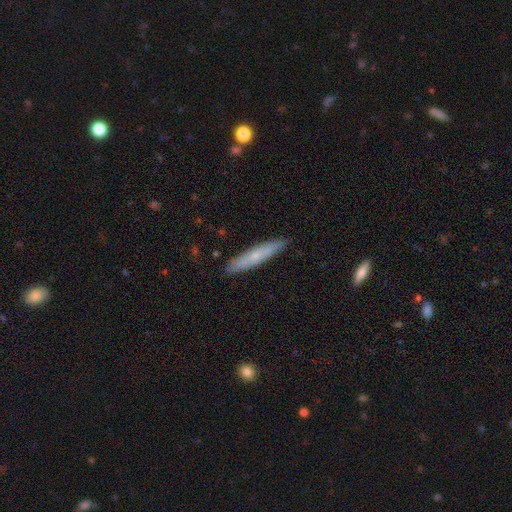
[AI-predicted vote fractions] Smooth or featured? smooth (59%)
How rounded? cigar-shaped (91%)
Merging? none (89%)